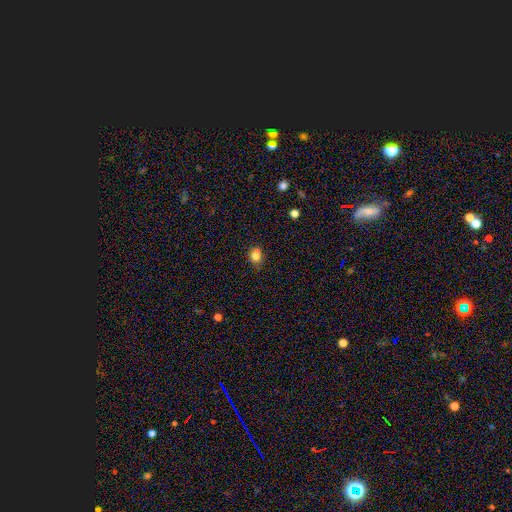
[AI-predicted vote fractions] The model was most divided on "how rounded": round: 64%, in between: 34%, cigar-shaped: 1%. More confident: smooth or featured — smooth (77%); merging — none (57%).